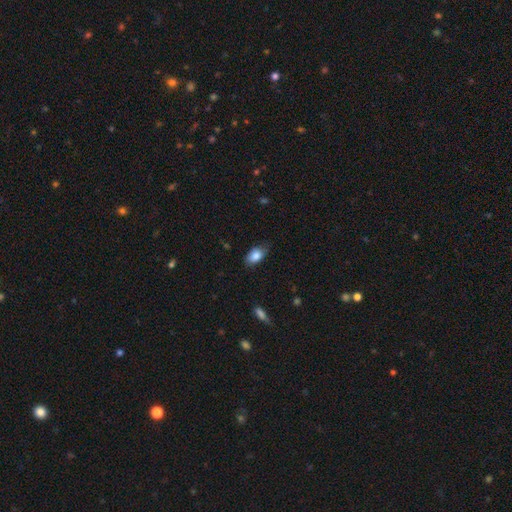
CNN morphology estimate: The model was most divided on "merging": none: 71%, minor disturbance: 23%, major disturbance: 4%, merger: 1%. More confident: how rounded — in between (90%); smooth or featured — smooth (85%).